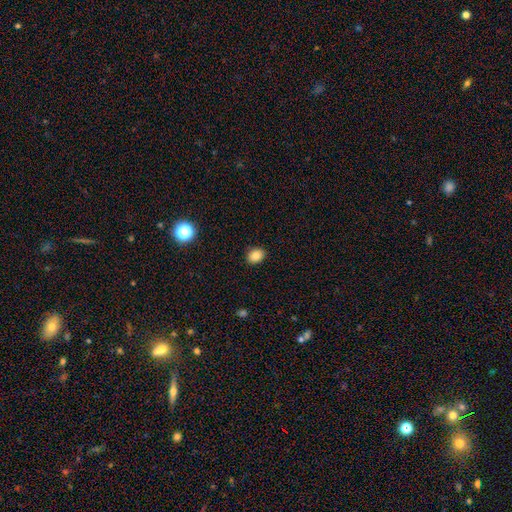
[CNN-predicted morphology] The model was most divided on "how rounded": in between: 57%, round: 42%, cigar-shaped: 1%. More confident: merging — none (89%); smooth or featured — smooth (85%).